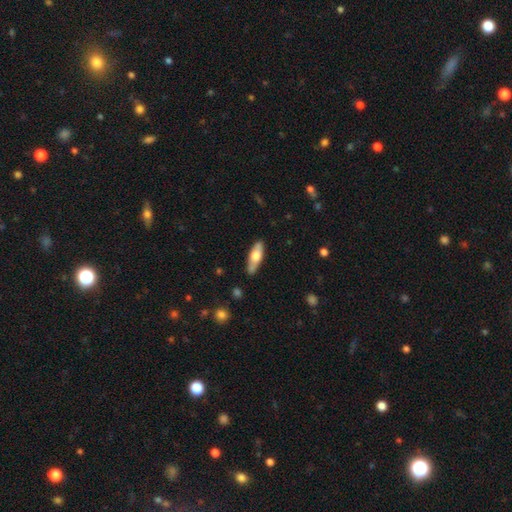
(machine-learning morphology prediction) Smooth or featured: smooth — 55% (featured or disk — 40%)
How rounded: in between — 56% (cigar-shaped — 42%)
Merging: none — 84% (minor disturbance — 12%)